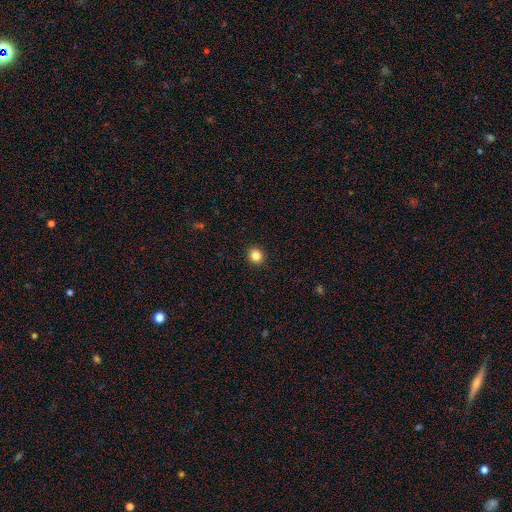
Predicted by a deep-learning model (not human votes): Smooth or featured? smooth (84%)
How rounded? round (88%)
Merging? none (93%)